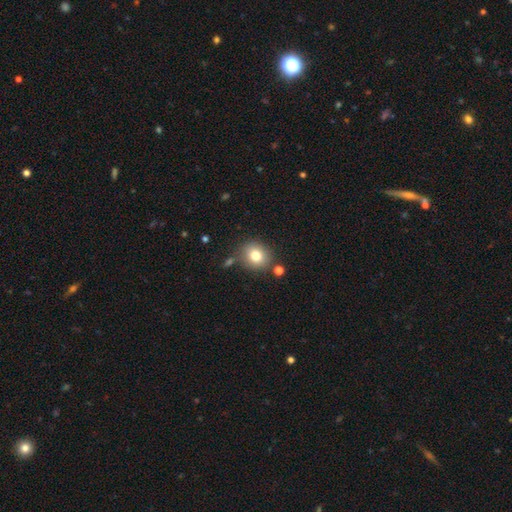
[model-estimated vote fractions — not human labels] A smooth galaxy with no disk features (78%) that is round (76%).

Vote fractions:
- Smooth or featured? smooth: 78% / star or artifact: 11% / featured or disk: 10%
- How rounded? round: 76% / in between: 23% / cigar-shaped: 1%
- Merging? none: 80% / minor disturbance: 11% / merger: 7% / major disturbance: 3%